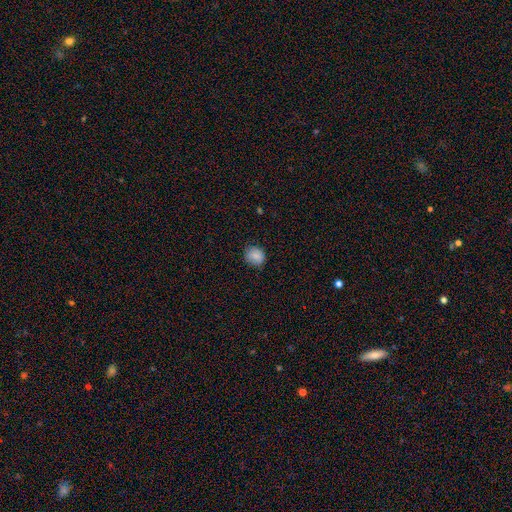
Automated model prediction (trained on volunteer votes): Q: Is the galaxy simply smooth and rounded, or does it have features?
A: smooth — 86%.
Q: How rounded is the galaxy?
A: round — 72%.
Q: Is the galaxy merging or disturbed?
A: none — 81%.